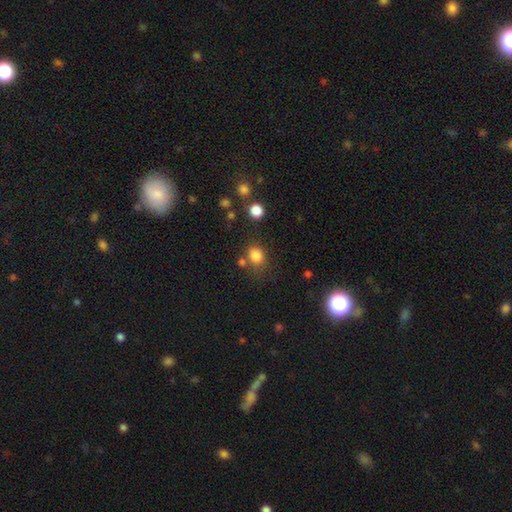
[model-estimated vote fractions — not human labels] smooth 82%, star or artifact 12%, featured or disk 5%. Down the decision tree: how rounded — in between (50%); merging — none (68%).